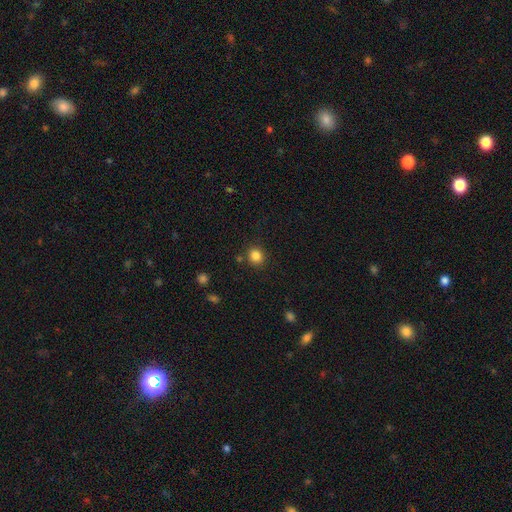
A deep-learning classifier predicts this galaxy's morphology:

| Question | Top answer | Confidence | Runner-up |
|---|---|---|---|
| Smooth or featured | smooth | 84% | star or artifact (12%) |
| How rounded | round | 85% | in between (14%) |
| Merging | none | 86% | minor disturbance (8%) |